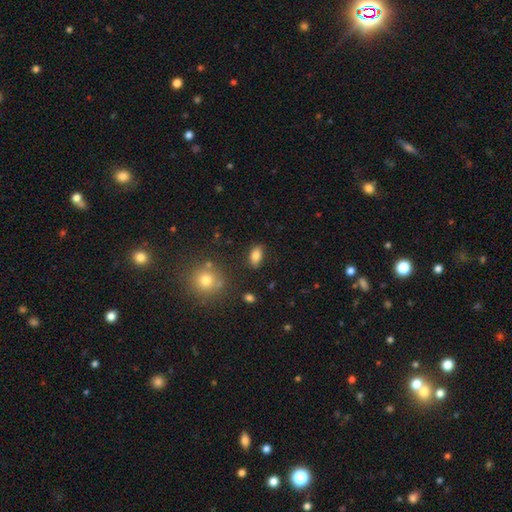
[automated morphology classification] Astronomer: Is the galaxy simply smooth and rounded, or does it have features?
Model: smooth — 82%.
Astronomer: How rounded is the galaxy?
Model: in between — 88%.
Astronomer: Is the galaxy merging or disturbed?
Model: none — 84%.